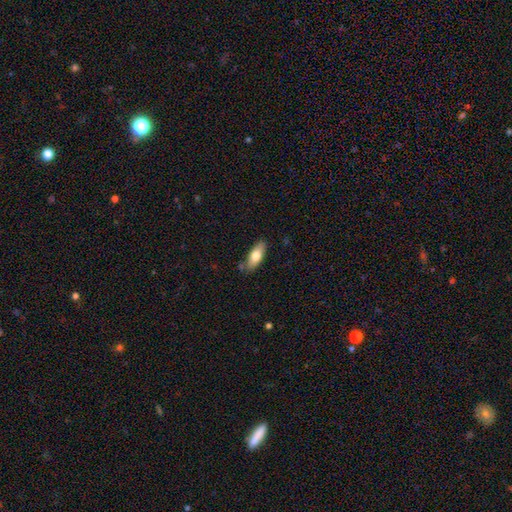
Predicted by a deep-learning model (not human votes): Smooth or featured? Predicted: smooth (p=0.73). How rounded? Predicted: in between (p=0.77). Merging? Predicted: none (p=0.79).